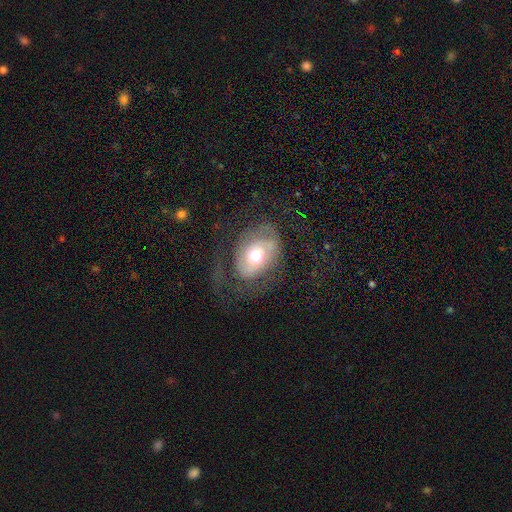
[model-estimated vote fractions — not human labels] A featured or disk galaxy (52%).

Vote fractions:
- Smooth or featured? featured or disk: 52% / smooth: 39% / star or artifact: 8%
- Edge-on disk? no: 94% / yes: 6%
- Merging? none: 45% / major disturbance: 33% / minor disturbance: 21% / merger: 2%